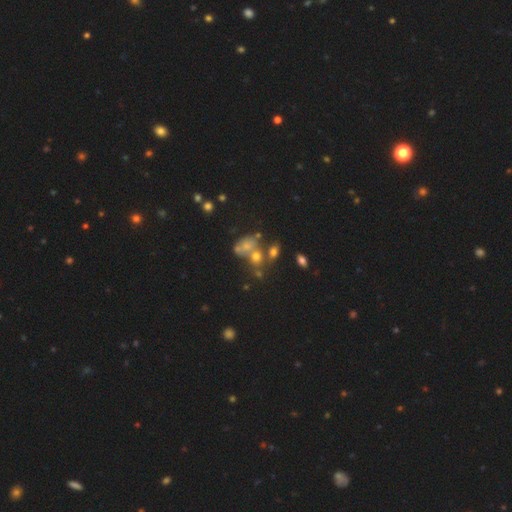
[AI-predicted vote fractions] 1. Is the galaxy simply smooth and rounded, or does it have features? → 43% smooth, 29% featured or disk, 28% star or artifact.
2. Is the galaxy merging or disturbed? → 41% merger, 33% none, 13% minor disturbance, 13% major disturbance.